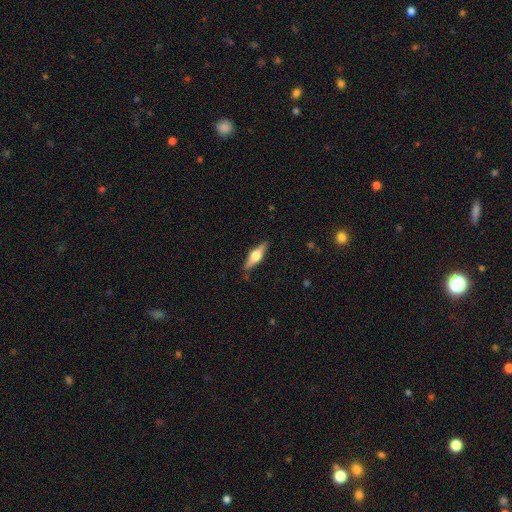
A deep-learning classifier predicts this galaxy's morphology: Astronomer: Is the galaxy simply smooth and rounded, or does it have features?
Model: featured or disk — 54% (runner-up: smooth, 41%).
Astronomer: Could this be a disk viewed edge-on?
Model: yes — 94%.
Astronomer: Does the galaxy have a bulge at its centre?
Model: rounded — 93%.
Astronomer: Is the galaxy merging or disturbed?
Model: none — 87%.